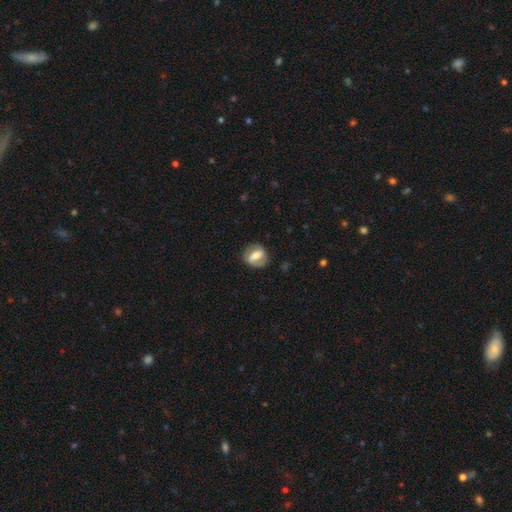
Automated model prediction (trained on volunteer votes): smooth_or_featured: featured or disk (p=0.63) [alt: smooth p=0.31]
disk_edge_on: no (p=0.95) [alt: yes p=0.05]
bar: strong (p=0.54) [alt: weak p=0.33]
has_spiral_arms: yes (p=0.75) [alt: no p=0.25]
bulge_size: moderate (p=0.52) [alt: small p=0.22]
merging: none (p=0.79) [alt: minor disturbance p=0.14]